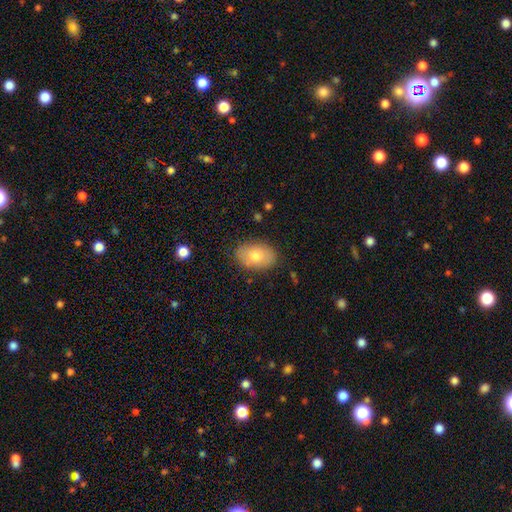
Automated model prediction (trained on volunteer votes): Smooth or featured? smooth (74%)
How rounded? in between (84%)
Merging? none (84%)